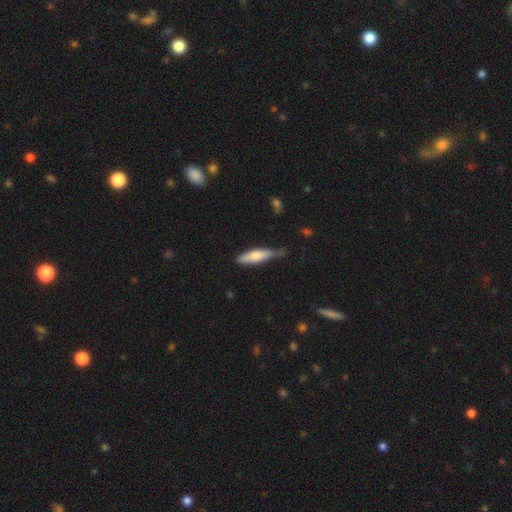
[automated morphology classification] smooth_or_featured: smooth (p=0.67) [alt: featured or disk p=0.28]
how_rounded: cigar-shaped (p=0.71) [alt: in between p=0.27]
merging: none (p=0.55) [alt: minor disturbance p=0.34]